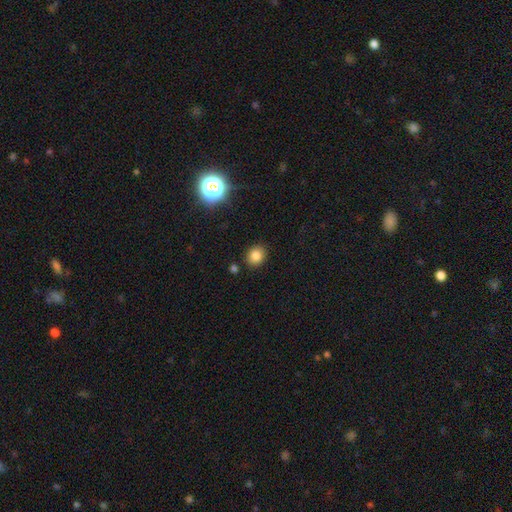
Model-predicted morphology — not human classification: smooth 82%, star or artifact 13%, featured or disk 6%. Down the decision tree: how rounded — round (63%); merging — none (86%).